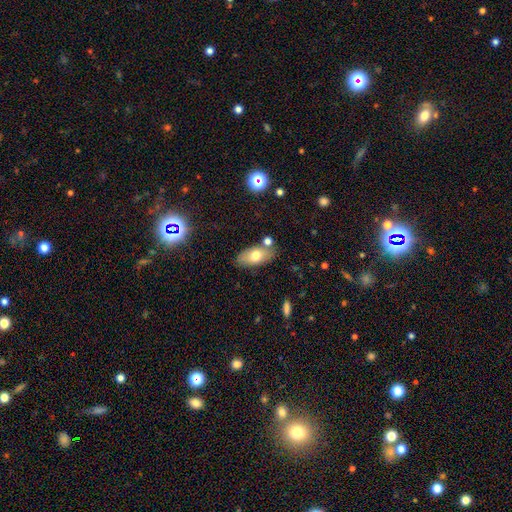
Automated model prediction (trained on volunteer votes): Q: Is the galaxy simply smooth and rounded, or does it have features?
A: smooth — 71%.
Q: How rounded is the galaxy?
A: in between — 91%.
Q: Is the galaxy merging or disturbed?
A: none — 74%.